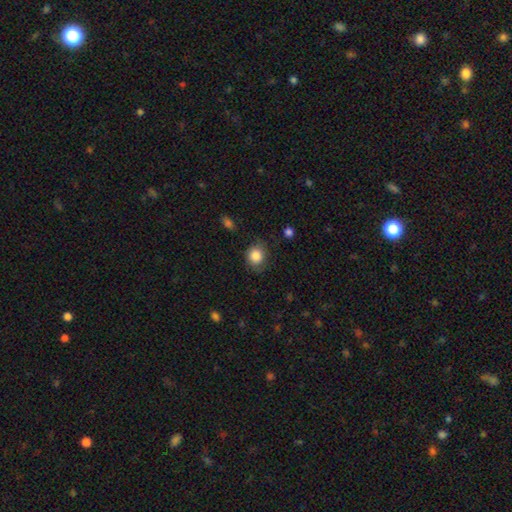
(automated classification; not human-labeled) Smooth or featured: smooth — 85% (star or artifact — 9%)
How rounded: round — 72% (in between — 27%)
Merging: none — 75% (minor disturbance — 18%)